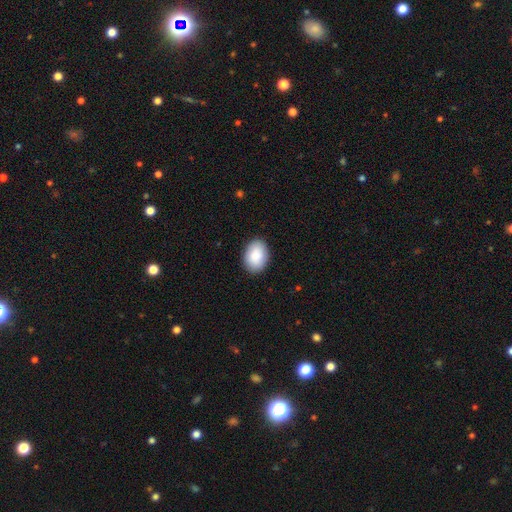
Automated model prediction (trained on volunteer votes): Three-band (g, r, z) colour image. It shows a smooth galaxy with no disk features (88%) that is in between round and cigar-shaped (79%). Merging: none (89%).